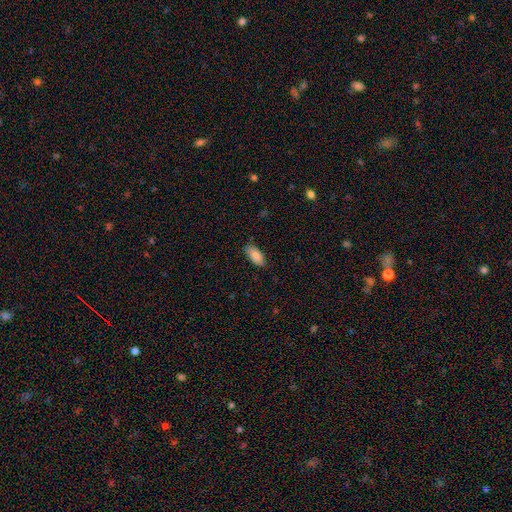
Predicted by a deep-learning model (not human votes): Smooth or featured?
  - smooth: 86% *
  - featured or disk: 7%
  - star or artifact: 6%
How rounded?
  - in between: 90% *
  - cigar-shaped: 8%
  - round: 2%
Merging?
  - none: 85% *
  - minor disturbance: 12%
  - major disturbance: 2%
  - merger: 1%